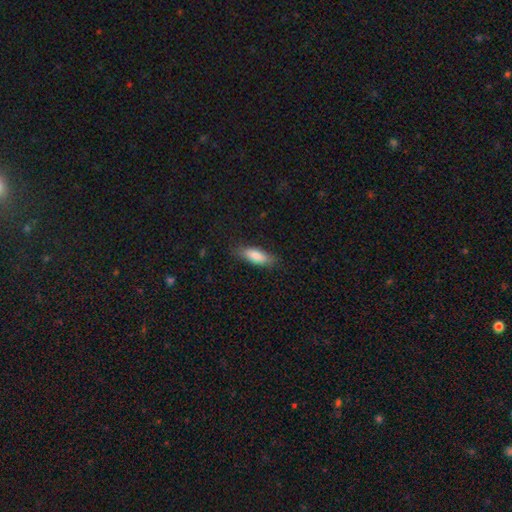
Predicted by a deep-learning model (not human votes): Q: Smooth or featured?
A: smooth (82%); runner-up: featured or disk (12%)
Q: How rounded?
A: in between (66%); runner-up: cigar-shaped (32%)
Q: Merging?
A: none (80%); runner-up: minor disturbance (15%)